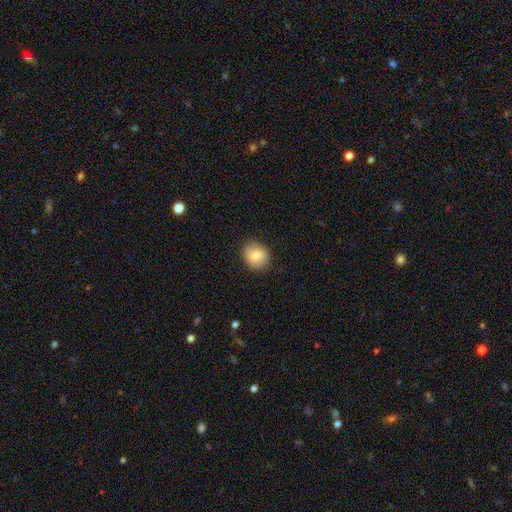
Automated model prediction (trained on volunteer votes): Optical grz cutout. It shows a smooth galaxy with no disk features (77%) that is round (70%). Merging: none (85%).